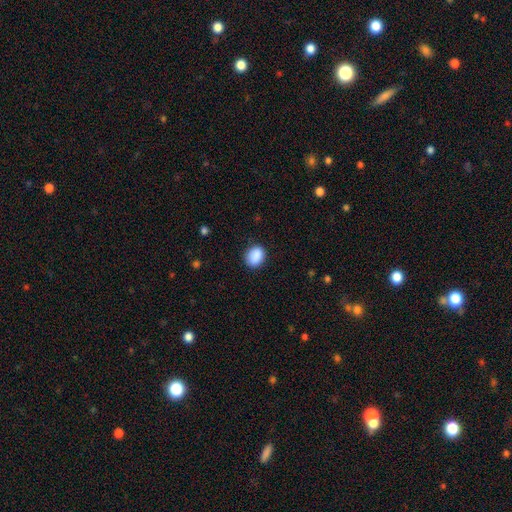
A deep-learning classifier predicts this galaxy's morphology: Smooth or featured: smooth — 89% (star or artifact — 8%)
How rounded: in between — 59% (round — 40%)
Merging: none — 84% (minor disturbance — 12%)